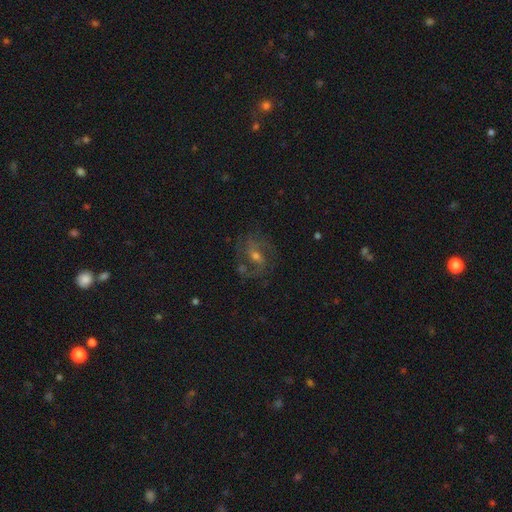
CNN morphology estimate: This appears to be a featured or disk galaxy (73%) with a weak bar (49%), 2 (67%) medium (53%) spiral arms (91%) and a moderate central bulge (49%). Merging: none (74%).